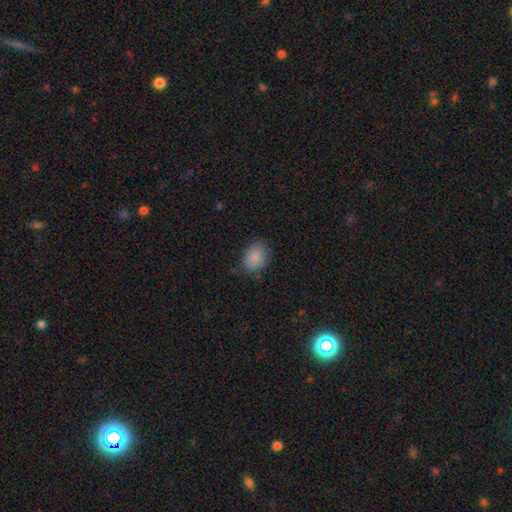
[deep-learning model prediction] Q: Smooth or featured?
A: smooth (87%); runner-up: star or artifact (8%)
Q: How rounded?
A: in between (68%); runner-up: round (31%)
Q: Merging?
A: none (77%); runner-up: minor disturbance (17%)